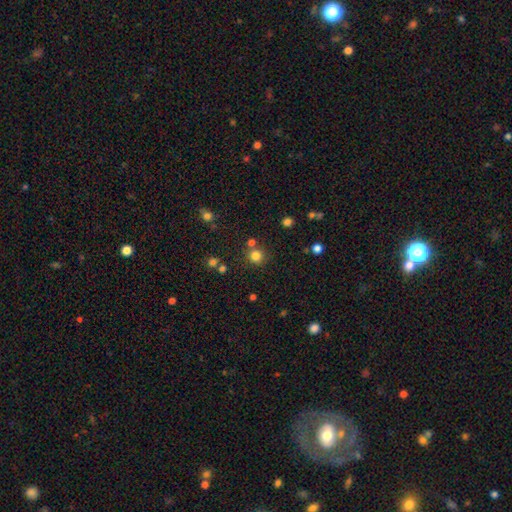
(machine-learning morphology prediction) A smooth galaxy with no disk features (80%) that is round (92%).

Vote fractions:
- Smooth or featured? smooth: 80% / star or artifact: 15% / featured or disk: 5%
- How rounded? round: 92% / in between: 7% / cigar-shaped: 1%
- Merging? none: 76% / merger: 13% / minor disturbance: 8% / major disturbance: 3%